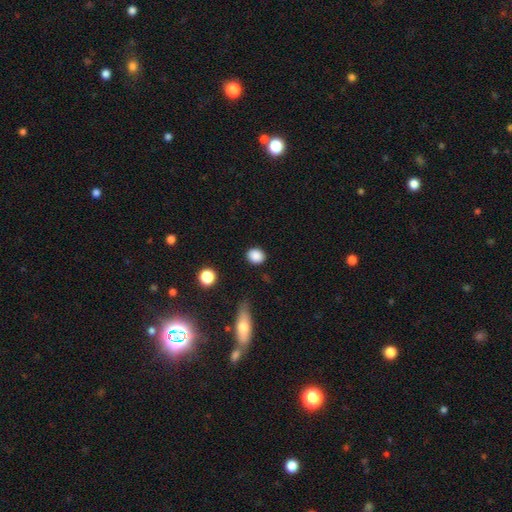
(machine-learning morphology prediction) A smooth galaxy with no disk features (88%) that is round (60%).

Vote fractions:
- Smooth or featured? smooth: 88% / star or artifact: 9% / featured or disk: 4%
- How rounded? round: 60% / in between: 39% / cigar-shaped: 1%
- Merging? none: 85% / minor disturbance: 10% / major disturbance: 3% / merger: 2%